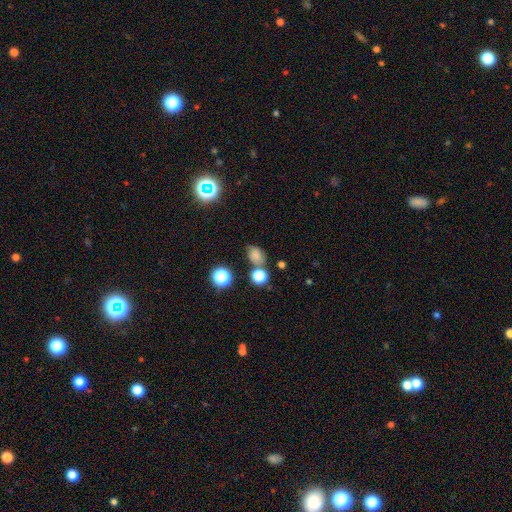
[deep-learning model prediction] Overall: smooth (71%). How rounded: in between (62%; round 37%). Merging: none (61%).